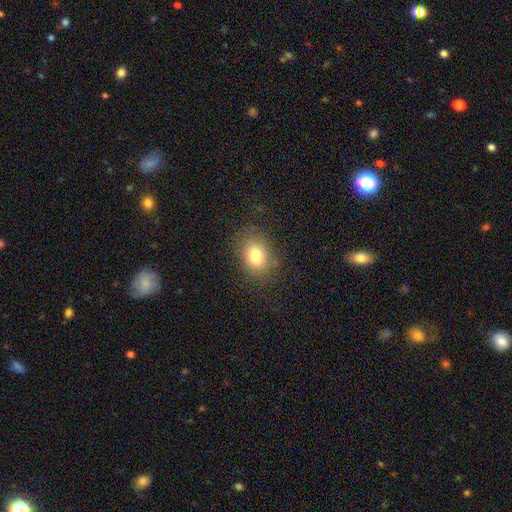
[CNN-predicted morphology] This is likely a smooth galaxy (79%). How rounded: likely in between (62%). Merging: clearly none (80%).